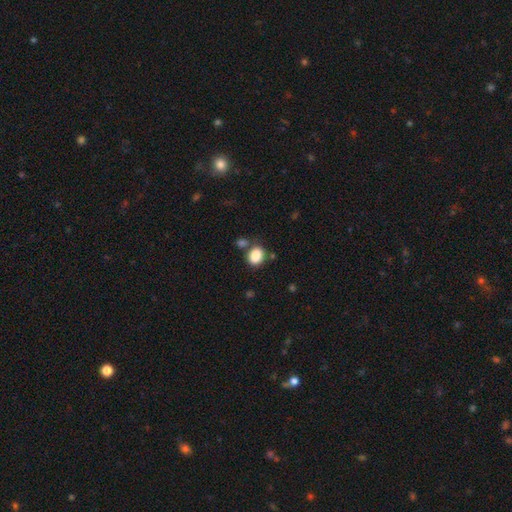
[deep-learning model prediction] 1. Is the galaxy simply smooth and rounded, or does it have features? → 87% smooth, 9% star or artifact, 4% featured or disk.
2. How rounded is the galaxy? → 53% in between, 46% round, 1% cigar-shaped.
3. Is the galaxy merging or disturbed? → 70% none, 13% merger, 13% minor disturbance, 4% major disturbance.